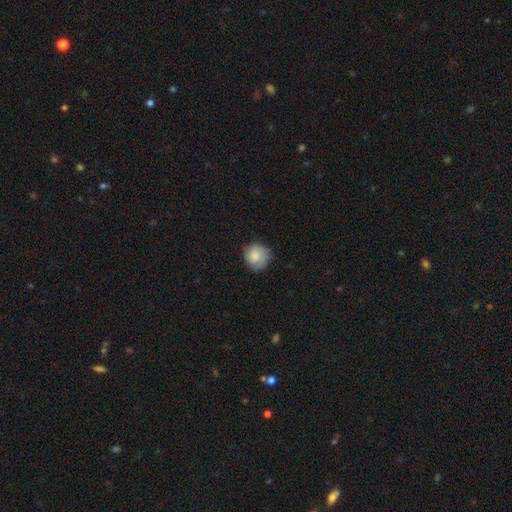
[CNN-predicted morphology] smooth-or-featured: smooth: 83% | featured or disk: 9% | star or artifact: 7%
  how-rounded: round: 87% | in between: 12% | cigar-shaped: 1%
  merging: none: 70% | minor disturbance: 24% | major disturbance: 5% | merger: 1%